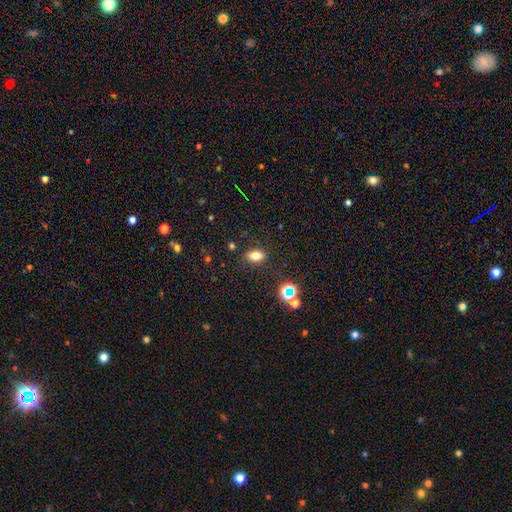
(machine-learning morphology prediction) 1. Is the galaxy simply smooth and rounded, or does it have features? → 73% smooth, 16% star or artifact, 11% featured or disk.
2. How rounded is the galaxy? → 82% in between, 12% round, 6% cigar-shaped.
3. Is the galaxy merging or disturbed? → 85% none, 10% minor disturbance, 3% major disturbance, 2% merger.